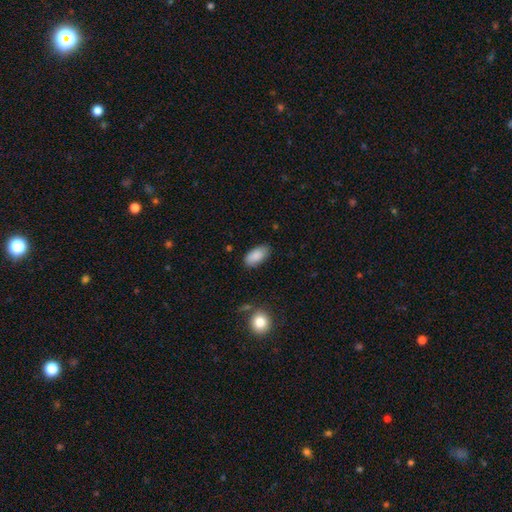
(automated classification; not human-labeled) Smooth or featured? smooth (88%)
How rounded? in between (94%)
Merging? none (82%)